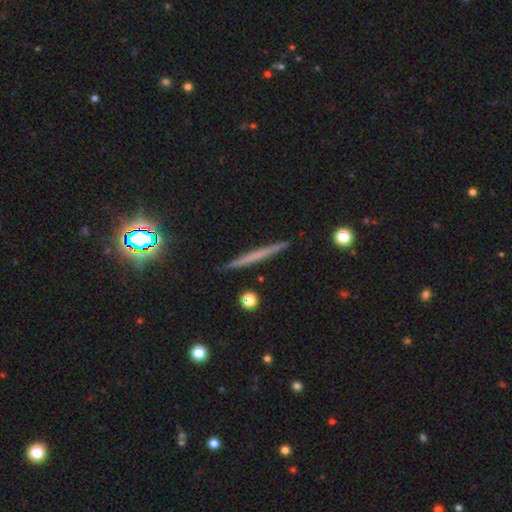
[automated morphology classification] featured or disk 46%, smooth 43%, star or artifact 11%. Down the decision tree: merging — none (92%).